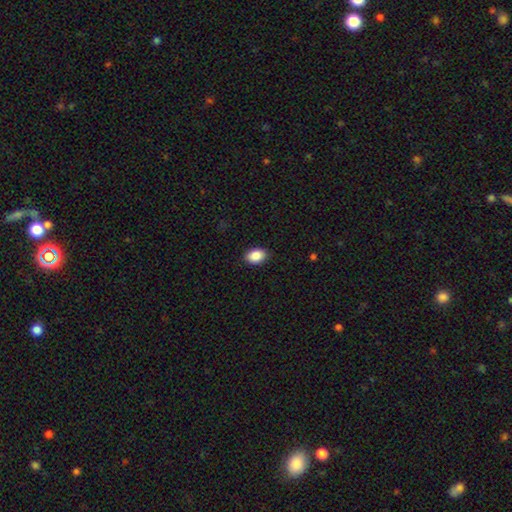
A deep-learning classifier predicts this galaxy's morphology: This appears to be a smooth galaxy with no disk features (89%) that is in between round and cigar-shaped (84%). Merging: none (89%).